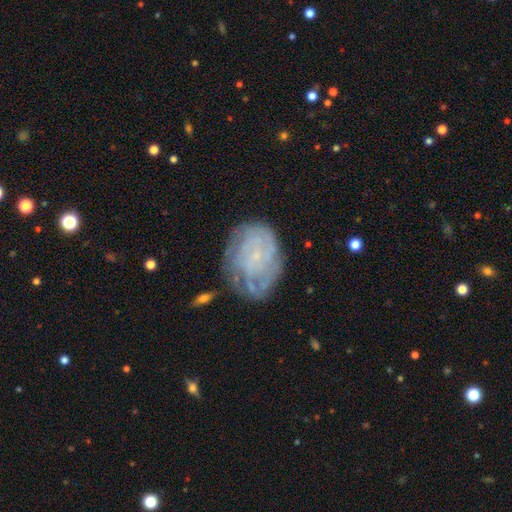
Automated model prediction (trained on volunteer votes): Smooth or featured: featured or disk — 69% (smooth — 22%)
Edge-on disk: no — 97% (yes — 3%)
Bar: no — 74% (weak — 22%)
Spiral arms: yes — 81% (no — 19%)
Spiral winding: tight — 65% (medium — 25%)
Spiral arm count: can't tell — 53% (4 — 12%)
Bulge size: small — 73% (none — 18%)
Merging: none — 61% (minor disturbance — 24%)